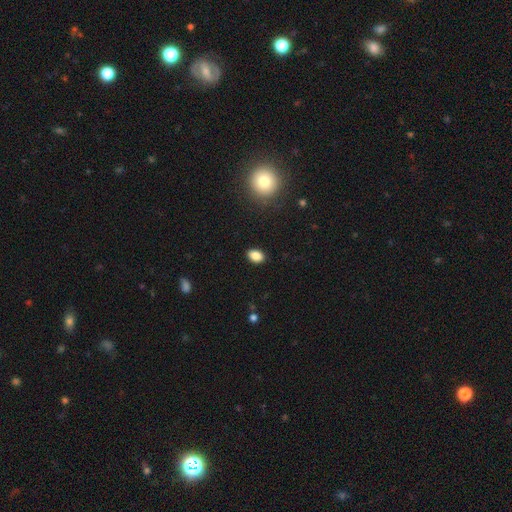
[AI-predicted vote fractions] Smooth or featured: smooth — 86% (star or artifact — 9%)
How rounded: in between — 83% (round — 15%)
Merging: none — 89% (minor disturbance — 8%)